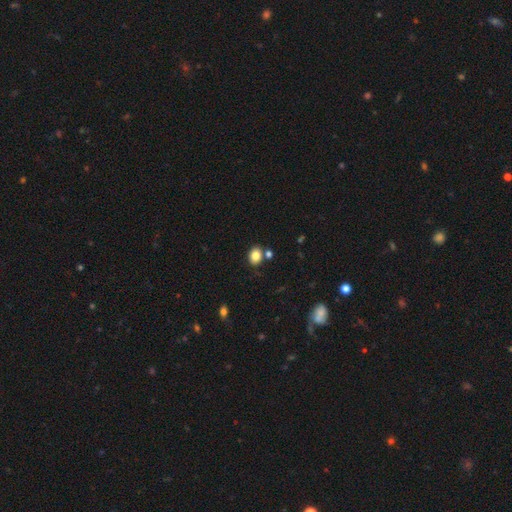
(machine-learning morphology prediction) This appears to be a smooth galaxy with no disk features (83%) that is in between round and cigar-shaped (50%). Merging: none (75%).